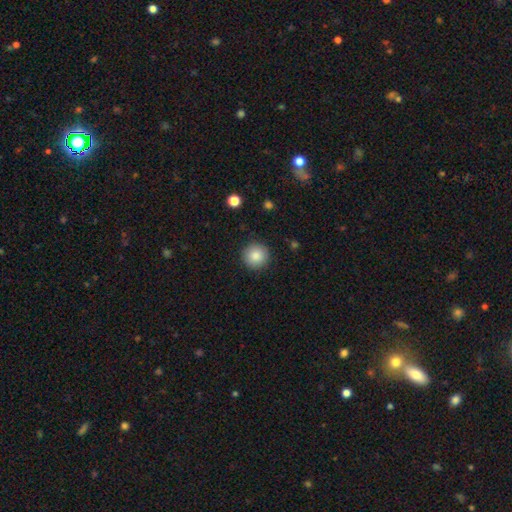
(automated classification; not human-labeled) Smooth or featured? Predicted: smooth (p=0.86). How rounded? Predicted: round (p=0.95). Merging? Predicted: none (p=0.91).